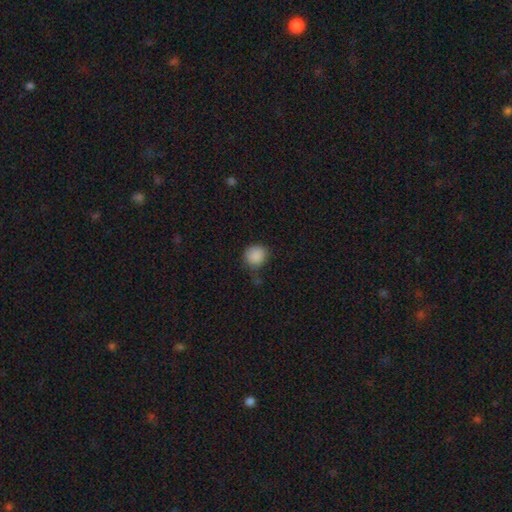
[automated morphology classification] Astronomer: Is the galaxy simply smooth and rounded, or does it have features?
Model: smooth — 87%.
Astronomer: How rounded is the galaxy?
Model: round — 82%.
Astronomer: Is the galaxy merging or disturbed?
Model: none — 67%.